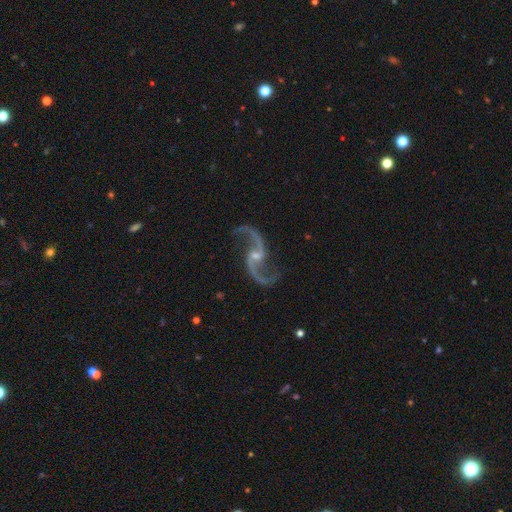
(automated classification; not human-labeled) Q: Smooth or featured?
A: featured or disk (94%); runner-up: star or artifact (4%)
Q: Edge-on disk?
A: no (98%); runner-up: yes (2%)
Q: Bar?
A: no (46%); runner-up: weak (39%)
Q: Spiral arms?
A: yes (98%); runner-up: no (2%)
Q: Spiral winding?
A: loose (82%); runner-up: medium (15%)
Q: Spiral arm count?
A: 2 (95%); runner-up: 1 (1%)
Q: Bulge size?
A: small (67%); runner-up: moderate (26%)
Q: Merging?
A: none (80%); runner-up: minor disturbance (12%)